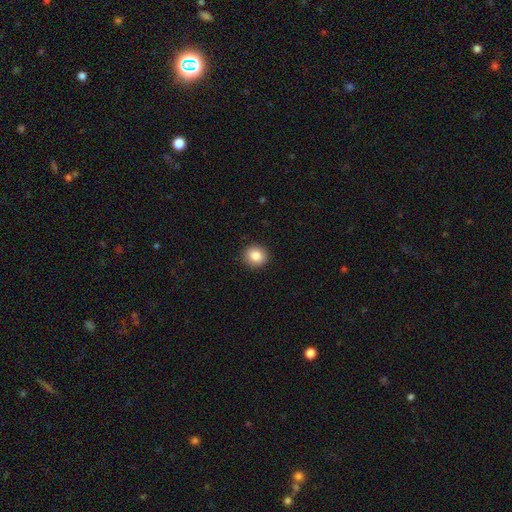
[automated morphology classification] This is clearly a smooth galaxy (85%). How rounded: clearly round (84%). Merging: clearly none (91%).